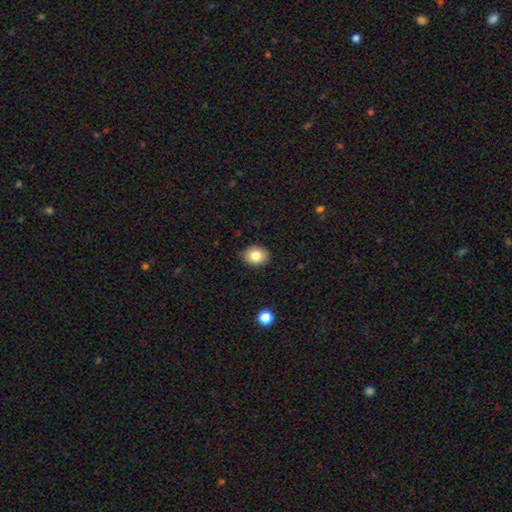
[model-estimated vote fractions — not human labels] Smooth or featured? Predicted: smooth (p=0.82). How rounded? Predicted: round (p=0.50). Merging? Predicted: none (p=0.84).